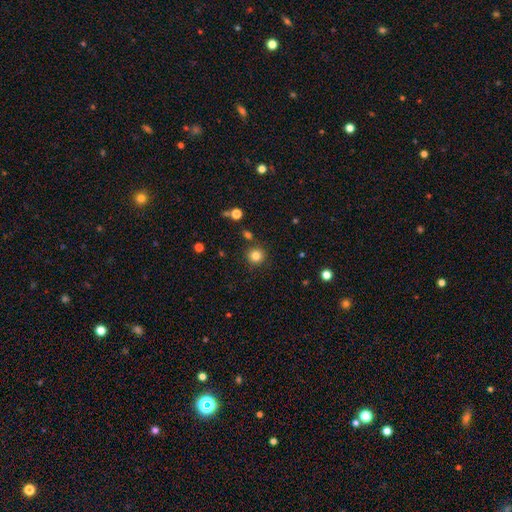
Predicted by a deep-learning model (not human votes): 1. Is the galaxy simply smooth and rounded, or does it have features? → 82% smooth, 12% star or artifact, 5% featured or disk.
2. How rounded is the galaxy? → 94% round, 5% in between, 1% cigar-shaped.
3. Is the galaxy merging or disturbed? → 87% none, 7% minor disturbance, 4% merger, 2% major disturbance.